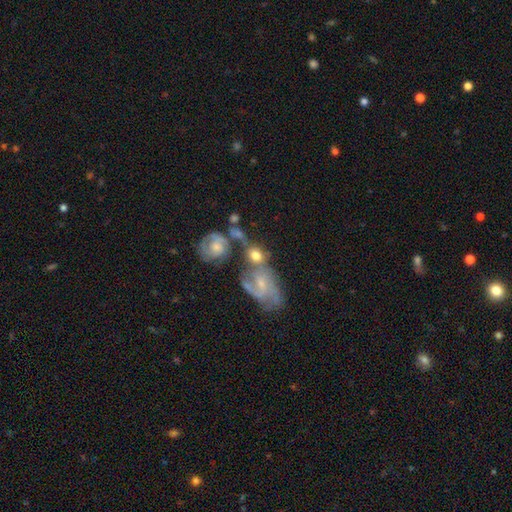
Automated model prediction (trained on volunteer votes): Morphology: type=smooth (48%); merging=merger (47%).